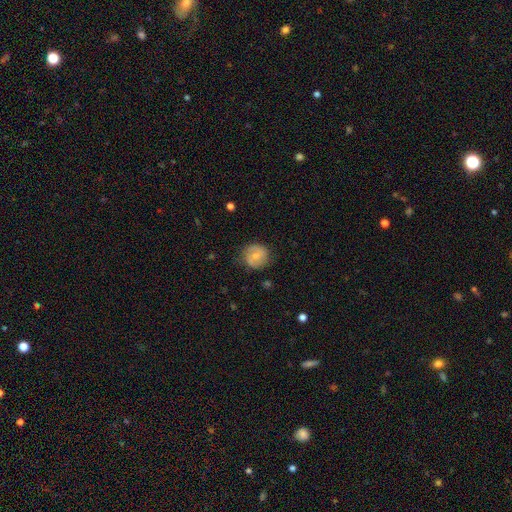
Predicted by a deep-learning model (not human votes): smooth_or_featured: smooth (p=0.57) [alt: featured or disk p=0.36]
how_rounded: round (p=0.86) [alt: in between p=0.13]
merging: none (p=0.76) [alt: minor disturbance p=0.17]